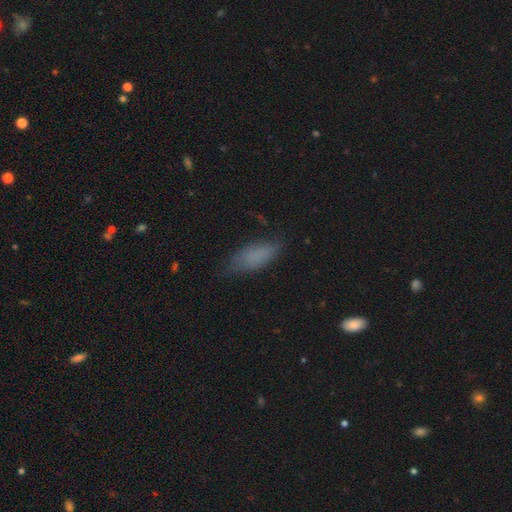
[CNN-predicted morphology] smooth-or-featured: smooth: 78% | featured or disk: 11% | star or artifact: 10%
  how-rounded: in between: 77% | cigar-shaped: 20% | round: 3%
  merging: none: 64% | minor disturbance: 25% | major disturbance: 9% | merger: 2%